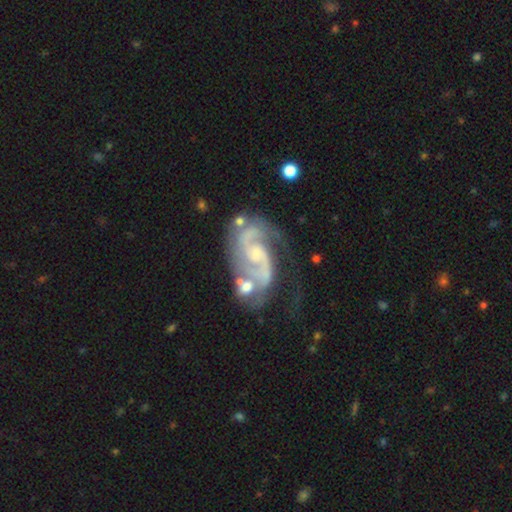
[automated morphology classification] type=featured or disk (90%); edge-on=no (97%); bar=no (46%); spiral arms=yes (98%); winding=medium (55%); arm count=2 (84%); bulge=small (51%); merging=none (47%).